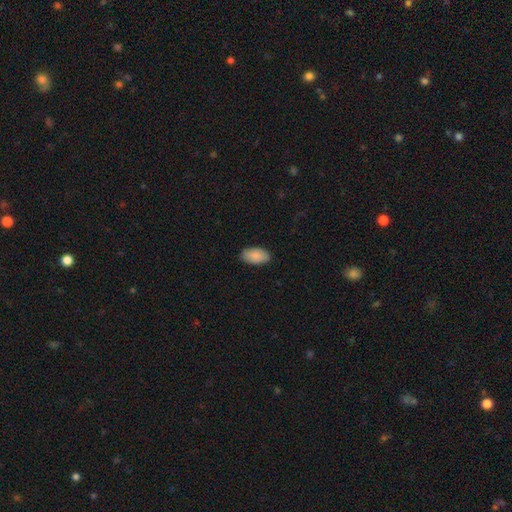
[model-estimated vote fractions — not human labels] A smooth galaxy with no disk features (89%) that is in between round and cigar-shaped (95%).

Vote fractions:
- Smooth or featured? smooth: 89% / star or artifact: 6% / featured or disk: 5%
- How rounded? in between: 95% / round: 3% / cigar-shaped: 2%
- Merging? none: 87% / minor disturbance: 10% / major disturbance: 2% / merger: 1%